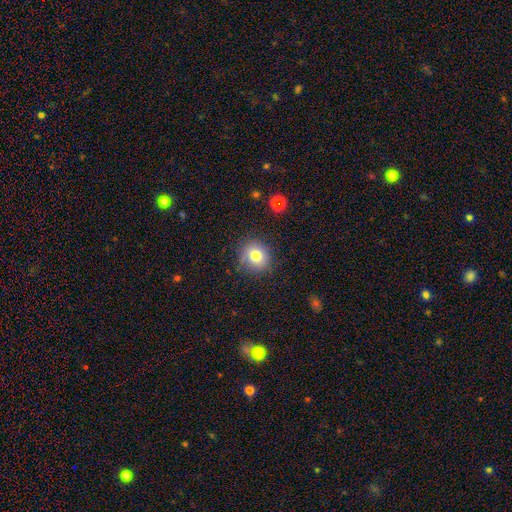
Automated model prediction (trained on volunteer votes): Morphology: type=smooth (77%); roundness=round (85%); merging=none (85%).